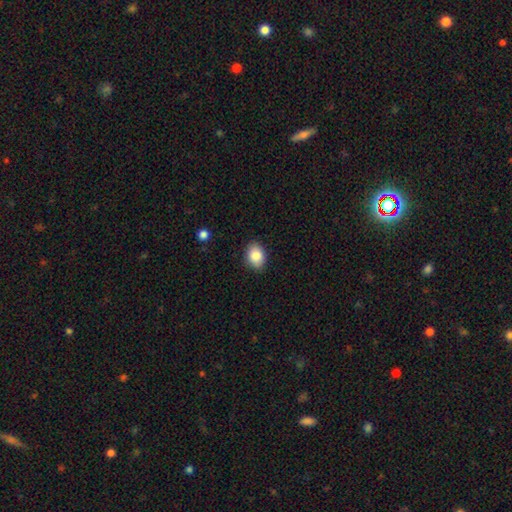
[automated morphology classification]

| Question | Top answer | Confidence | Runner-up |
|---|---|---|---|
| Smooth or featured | smooth | 86% | star or artifact (8%) |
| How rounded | in between | 75% | round (24%) |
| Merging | none | 85% | minor disturbance (11%) |